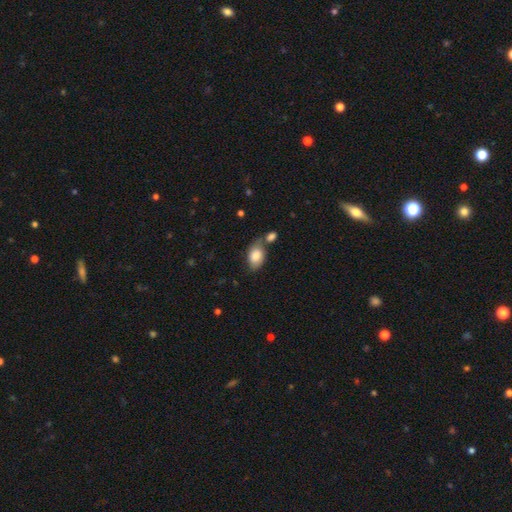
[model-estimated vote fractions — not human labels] This appears to be a smooth galaxy with no disk features (82%) that is in between round and cigar-shaped (88%). Merging: none (54%).